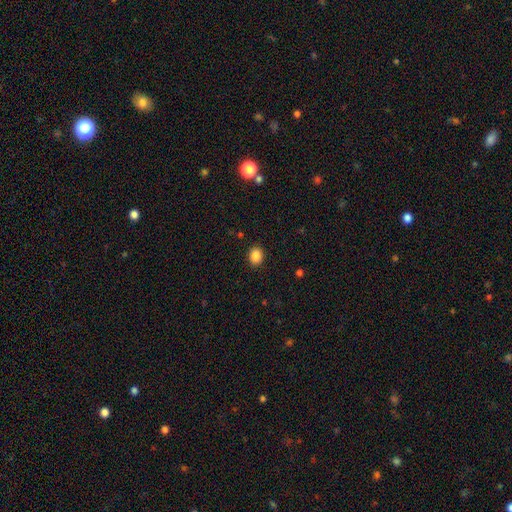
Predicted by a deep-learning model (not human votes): A smooth galaxy with no disk features (87%) that is round (51%). Merging: none (90%).